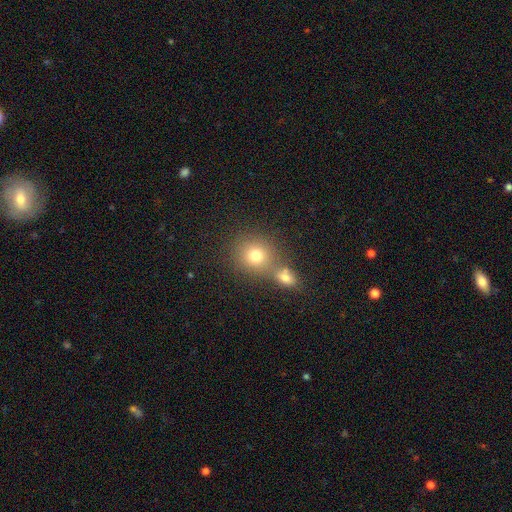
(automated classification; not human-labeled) Overall: smooth (77%). How rounded: round (84%). Merging: none (58%; merger 30%).